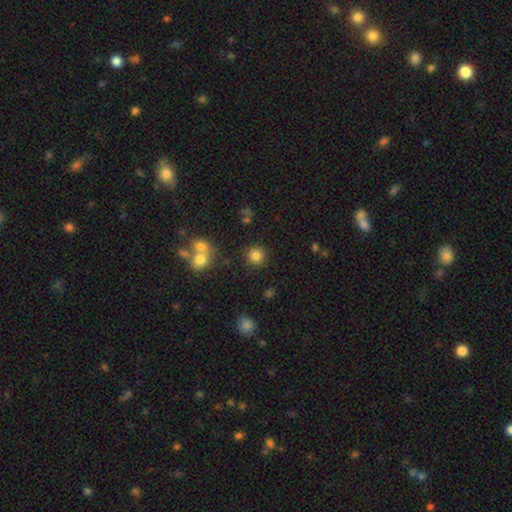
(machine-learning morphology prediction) smooth_or_featured: smooth (p=0.82) [alt: star or artifact p=0.12]
how_rounded: round (p=0.92) [alt: in between p=0.07]
merging: none (p=0.85) [alt: minor disturbance p=0.07]